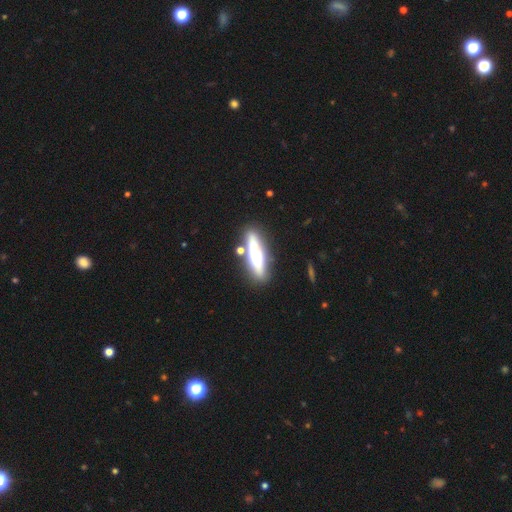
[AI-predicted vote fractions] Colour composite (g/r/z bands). It shows a featured or disk galaxy (55%) viewed edge-on (87%). Merging: none (78%).